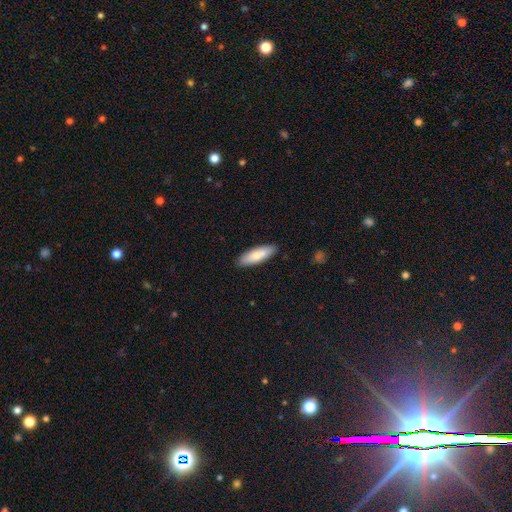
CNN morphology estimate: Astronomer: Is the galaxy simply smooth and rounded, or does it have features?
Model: smooth — 76%.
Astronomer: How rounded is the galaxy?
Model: in between — 50% (runner-up: cigar-shaped, 48%).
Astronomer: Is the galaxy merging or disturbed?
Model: none — 86%.